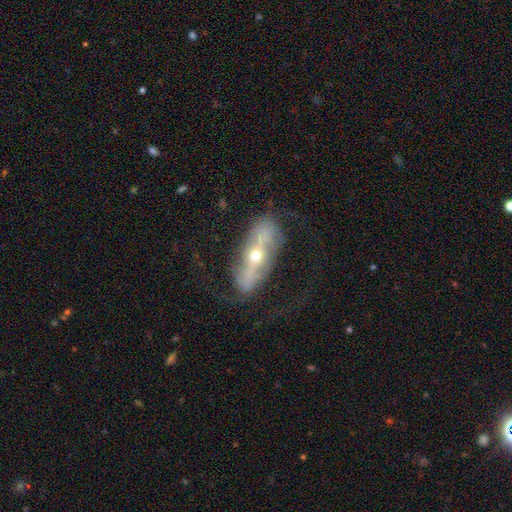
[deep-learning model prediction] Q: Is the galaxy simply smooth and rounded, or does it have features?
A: featured or disk — 77%.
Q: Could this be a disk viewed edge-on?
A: no — 66%.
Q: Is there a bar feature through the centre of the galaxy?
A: strong — 57%.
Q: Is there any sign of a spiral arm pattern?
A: yes — 63%.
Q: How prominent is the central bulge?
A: small — 49%.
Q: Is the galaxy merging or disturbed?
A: none — 65%.